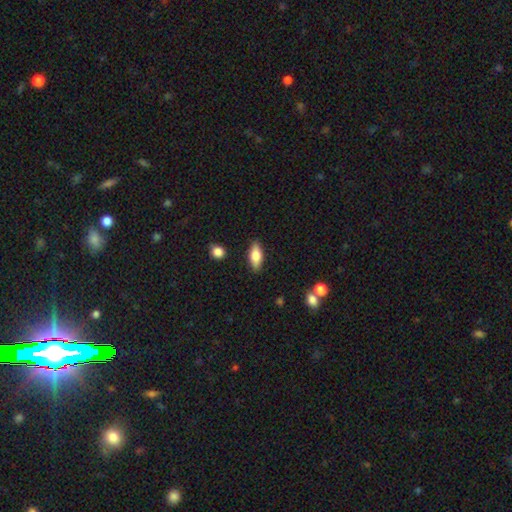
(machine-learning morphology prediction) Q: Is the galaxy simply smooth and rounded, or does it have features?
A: smooth — 73%.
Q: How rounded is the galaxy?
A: in between — 78%.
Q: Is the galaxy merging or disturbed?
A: none — 87%.